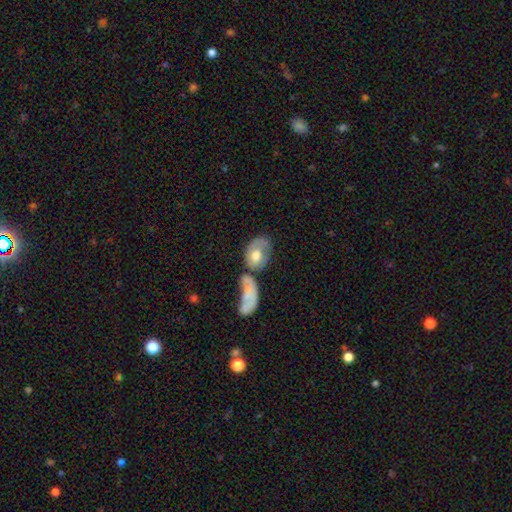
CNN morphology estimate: Smooth or featured? Predicted: smooth (p=0.53). How rounded? Predicted: in between (p=0.78). Merging? Predicted: merger (p=0.39).